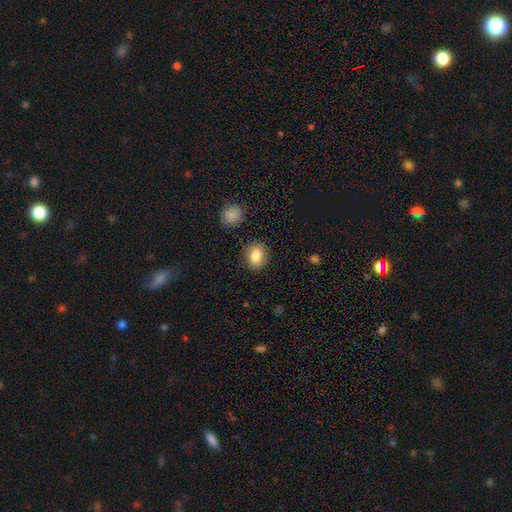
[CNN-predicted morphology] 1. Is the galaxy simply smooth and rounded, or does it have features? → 83% smooth, 9% star or artifact, 8% featured or disk.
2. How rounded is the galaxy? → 53% round, 46% in between, 1% cigar-shaped.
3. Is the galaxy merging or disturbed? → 86% none, 10% minor disturbance, 3% major disturbance, 2% merger.